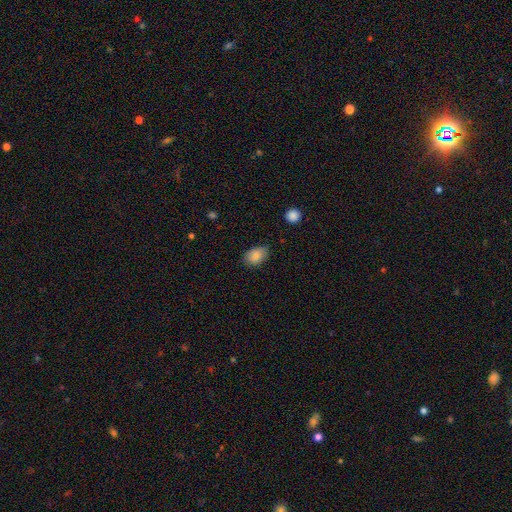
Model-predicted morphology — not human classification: Smooth or featured?
  - smooth: 84% *
  - star or artifact: 8%
  - featured or disk: 8%
How rounded?
  - in between: 78% *
  - round: 21%
  - cigar-shaped: 1%
Merging?
  - none: 70% *
  - minor disturbance: 24%
  - major disturbance: 4%
  - merger: 1%